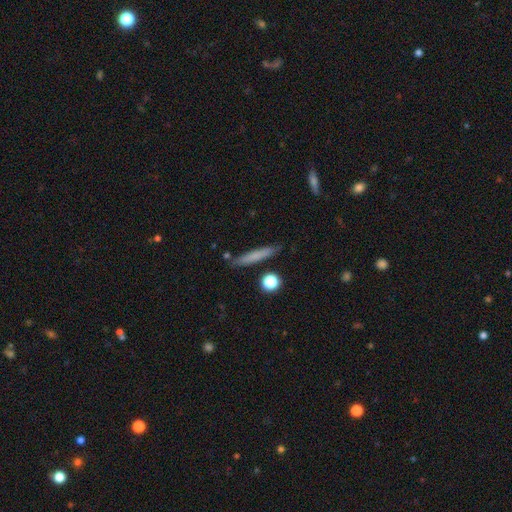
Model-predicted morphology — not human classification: type=smooth (69%); roundness=cigar-shaped (92%); merging=none (84%).